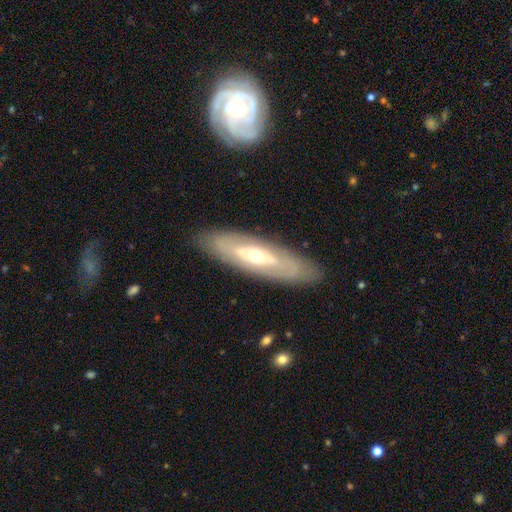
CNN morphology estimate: This appears to be a featured or disk galaxy (65%). Merging: none (86%).